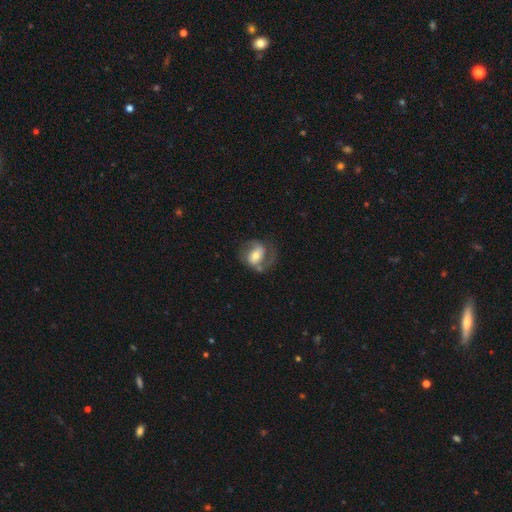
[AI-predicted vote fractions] smooth_or_featured: featured or disk (p=0.60) [alt: smooth p=0.33]
disk_edge_on: no (p=0.96) [alt: yes p=0.04]
bar: weak (p=0.36) [alt: no p=0.33]
has_spiral_arms: yes (p=0.76) [alt: no p=0.24]
bulge_size: moderate (p=0.60) [alt: small p=0.25]
merging: none (p=0.51) [alt: major disturbance p=0.22]